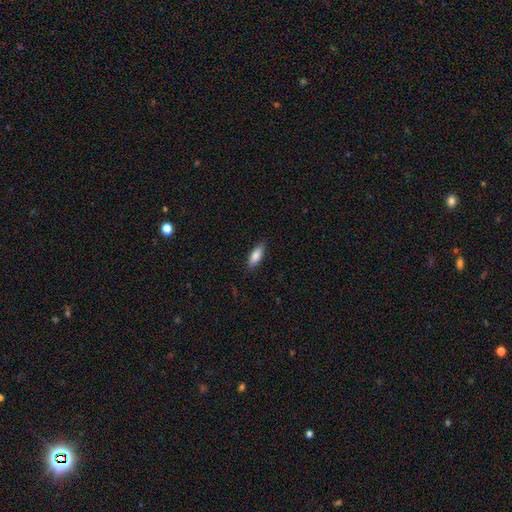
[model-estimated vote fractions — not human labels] A smooth galaxy with no disk features (84%) that is in between round and cigar-shaped (66%). Merging: none (86%).